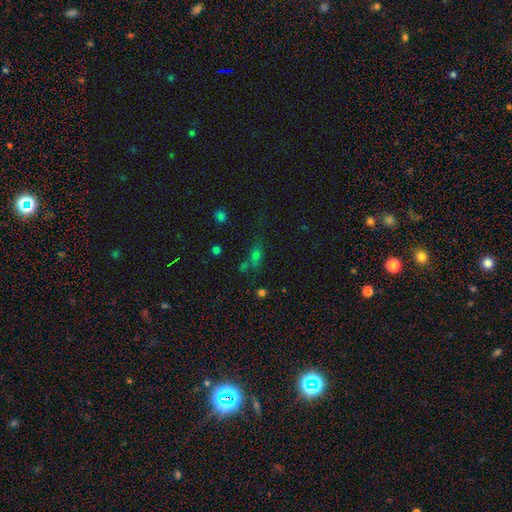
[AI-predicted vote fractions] smooth_or_featured: smooth (p=0.53) [alt: star or artifact p=0.29]
how_rounded: in between (p=0.61) [alt: cigar-shaped p=0.24]
merging: none (p=0.56) [alt: minor disturbance p=0.18]